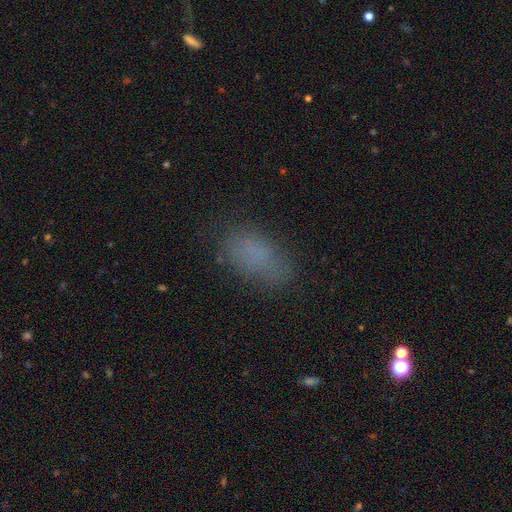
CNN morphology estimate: A smooth galaxy with no disk features (77%) that is in between round and cigar-shaped (89%).

Vote fractions:
- Smooth or featured? smooth: 77% / star or artifact: 15% / featured or disk: 8%
- How rounded? in between: 89% / round: 7% / cigar-shaped: 3%
- Merging? none: 75% / minor disturbance: 17% / major disturbance: 7% / merger: 1%